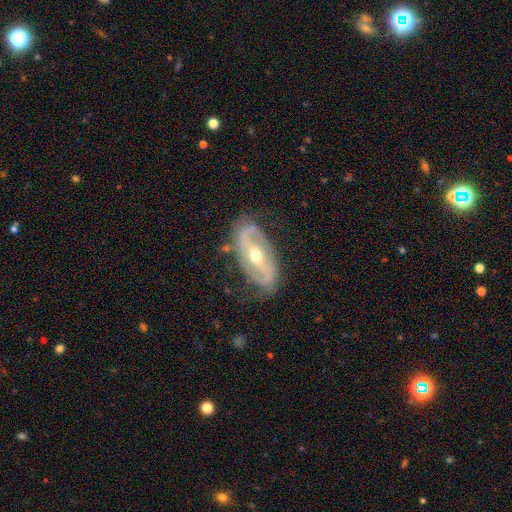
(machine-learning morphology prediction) Q: Smooth or featured?
A: featured or disk (83%); runner-up: smooth (12%)
Q: Edge-on disk?
A: no (92%); runner-up: yes (8%)
Q: Bar?
A: strong (43%); runner-up: weak (35%)
Q: Spiral arms?
A: yes (83%); runner-up: no (17%)
Q: Spiral winding?
A: medium (42%); runner-up: loose (31%)
Q: Spiral arm count?
A: 2 (84%); runner-up: can't tell (9%)
Q: Bulge size?
A: moderate (68%); runner-up: small (27%)
Q: Merging?
A: none (72%); runner-up: minor disturbance (18%)